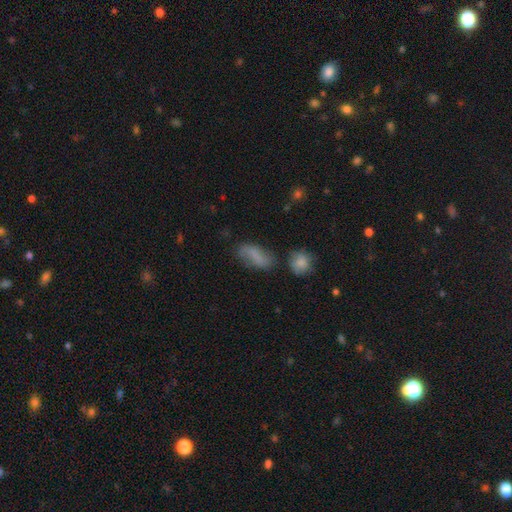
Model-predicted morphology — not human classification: A smooth galaxy with no disk features (67%) that is in between round and cigar-shaped (77%).

Vote fractions:
- Smooth or featured? smooth: 67% / featured or disk: 22% / star or artifact: 11%
- How rounded? in between: 77% / cigar-shaped: 17% / round: 6%
- Merging? none: 56% / minor disturbance: 24% / major disturbance: 10% / merger: 9%